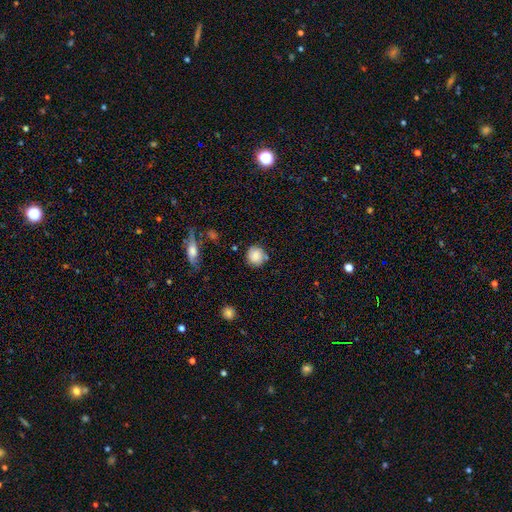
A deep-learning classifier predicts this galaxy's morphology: Overall: smooth (81%). How rounded: round (87%). Merging: none (78%).